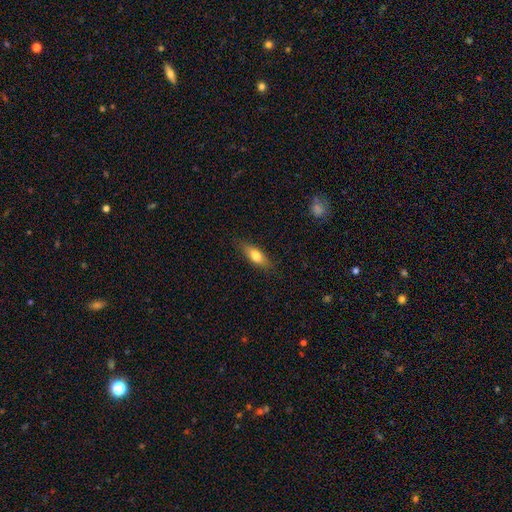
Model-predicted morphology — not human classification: smooth_or_featured: smooth (p=0.72) [alt: featured or disk p=0.21]
how_rounded: in between (p=0.64) [alt: cigar-shaped p=0.32]
merging: none (p=0.83) [alt: minor disturbance p=0.13]